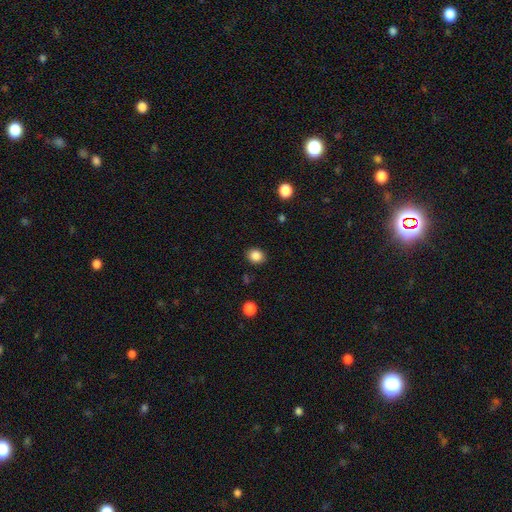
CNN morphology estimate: smooth 86%, star or artifact 10%, featured or disk 3%. Down the decision tree: how rounded — round (72%); merging — none (88%).